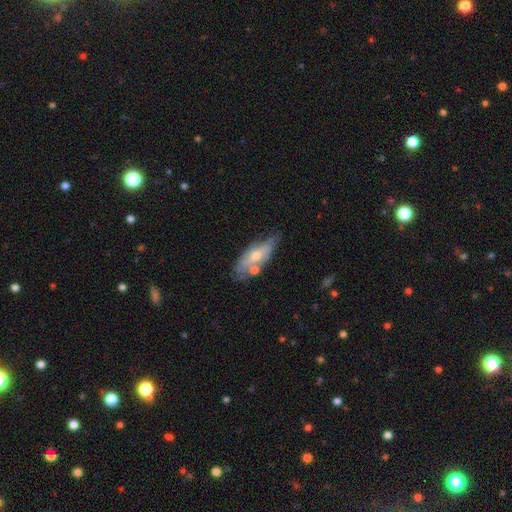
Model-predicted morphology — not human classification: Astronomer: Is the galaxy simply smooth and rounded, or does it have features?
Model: featured or disk — 48% (runner-up: smooth, 46%).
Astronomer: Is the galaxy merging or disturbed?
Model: none — 49% (runner-up: minor disturbance, 28%).